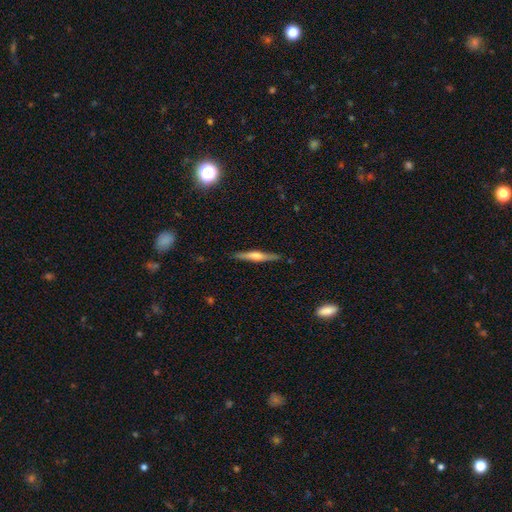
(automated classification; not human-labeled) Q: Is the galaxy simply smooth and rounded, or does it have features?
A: featured or disk — 62%.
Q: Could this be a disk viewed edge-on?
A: yes — 97%.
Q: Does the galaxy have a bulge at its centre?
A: rounded — 66%.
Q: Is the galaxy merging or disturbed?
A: none — 89%.